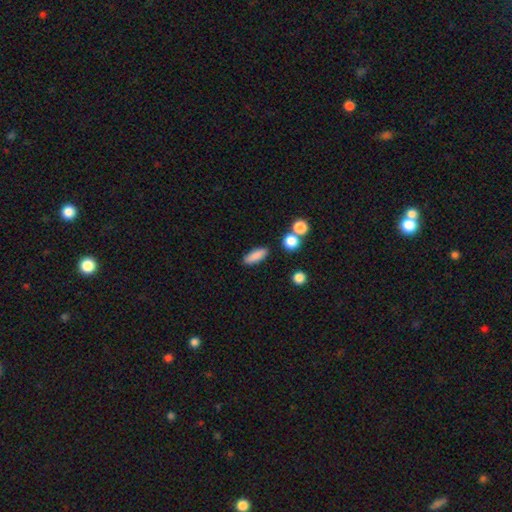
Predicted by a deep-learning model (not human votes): smooth-or-featured: smooth: 85% | star or artifact: 8% | featured or disk: 7%
  how-rounded: in between: 60% | cigar-shaped: 36% | round: 5%
  merging: none: 84% | minor disturbance: 8% | merger: 5% | major disturbance: 3%